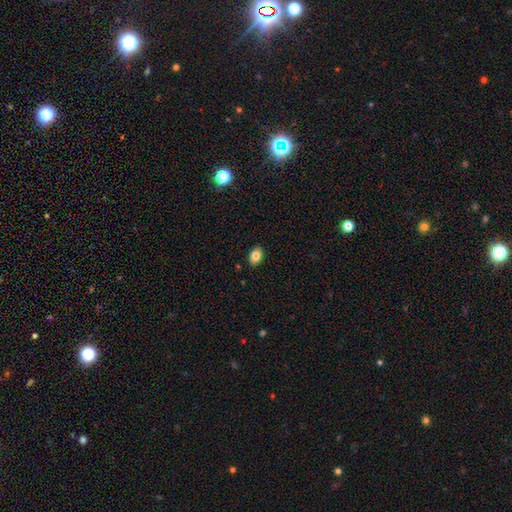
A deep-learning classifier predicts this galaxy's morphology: Smooth or featured?
  - smooth: 83% *
  - star or artifact: 9%
  - featured or disk: 8%
How rounded?
  - in between: 79% *
  - round: 20%
  - cigar-shaped: 1%
Merging?
  - none: 88% *
  - minor disturbance: 9%
  - major disturbance: 2%
  - merger: 1%